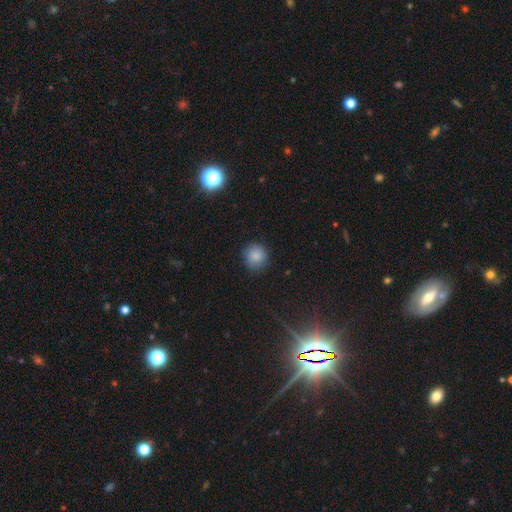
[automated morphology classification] type=smooth (85%); roundness=round (89%); merging=none (85%).